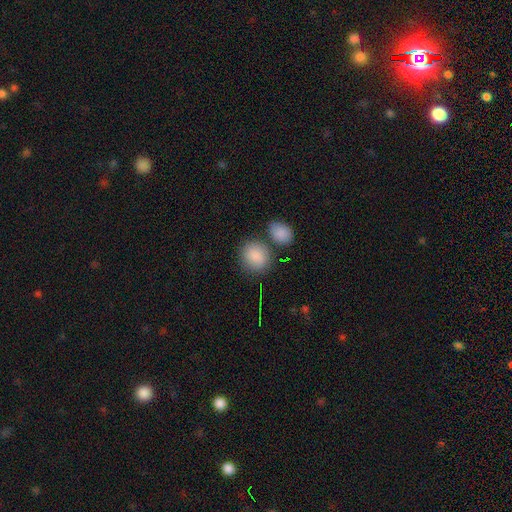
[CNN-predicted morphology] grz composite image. It shows a smooth galaxy with no disk features (88%) that is round (68%). Merging: none (70%).